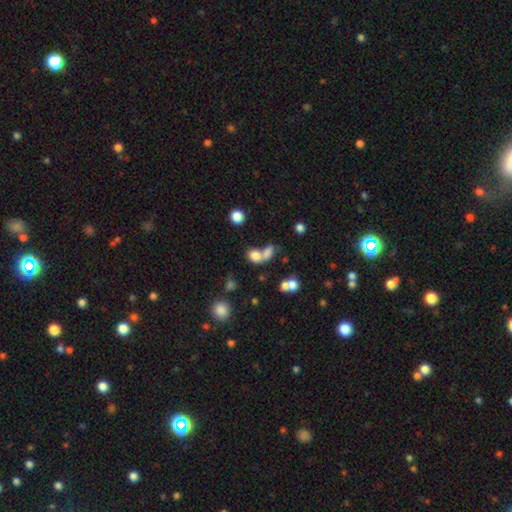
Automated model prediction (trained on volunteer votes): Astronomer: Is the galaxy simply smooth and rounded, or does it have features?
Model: smooth — 74%.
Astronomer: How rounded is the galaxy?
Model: in between — 54% (runner-up: round, 43%).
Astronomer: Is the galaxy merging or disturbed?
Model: merger — 56%.